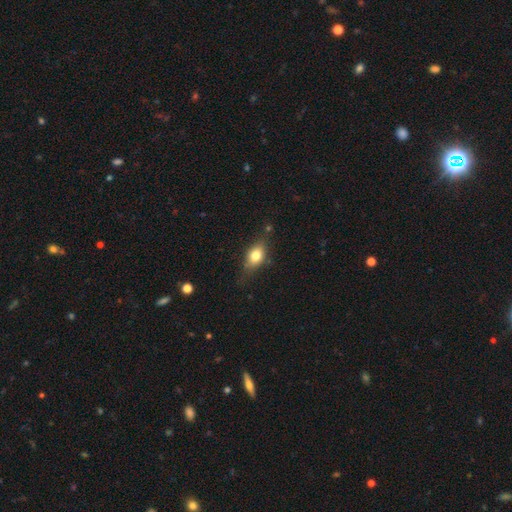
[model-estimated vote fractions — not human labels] smooth-or-featured: smooth: 72% | featured or disk: 19% | star or artifact: 9%
  how-rounded: in between: 75% | round: 18% | cigar-shaped: 7%
  merging: none: 68% | minor disturbance: 23% | major disturbance: 6% | merger: 3%